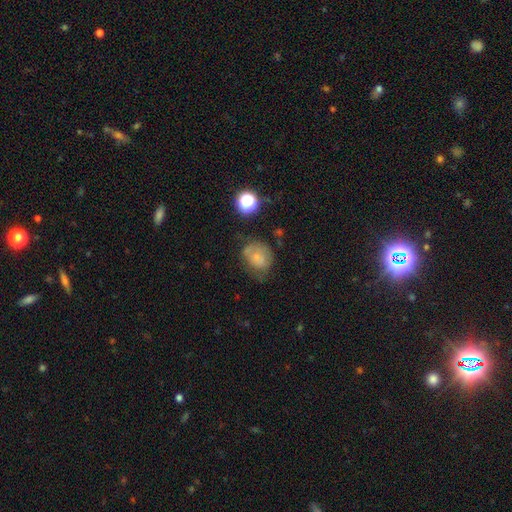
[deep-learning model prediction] Q: Smooth or featured?
A: smooth (63%); runner-up: featured or disk (23%)
Q: How rounded?
A: round (60%); runner-up: in between (39%)
Q: Merging?
A: none (46%); runner-up: minor disturbance (30%)